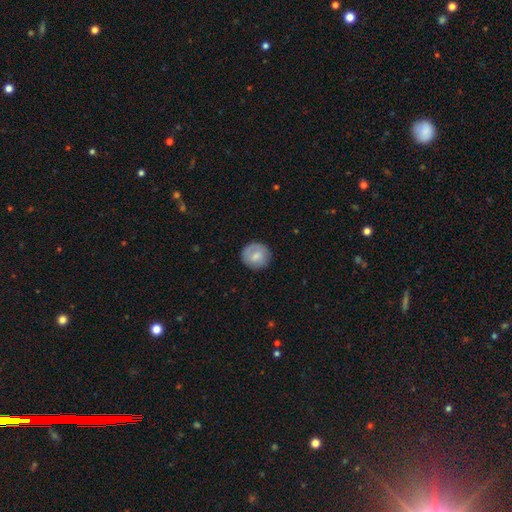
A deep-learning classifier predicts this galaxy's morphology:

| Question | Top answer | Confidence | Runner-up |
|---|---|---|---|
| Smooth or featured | smooth | 73% | featured or disk (21%) |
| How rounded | round | 89% | in between (10%) |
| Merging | none | 83% | minor disturbance (12%) |